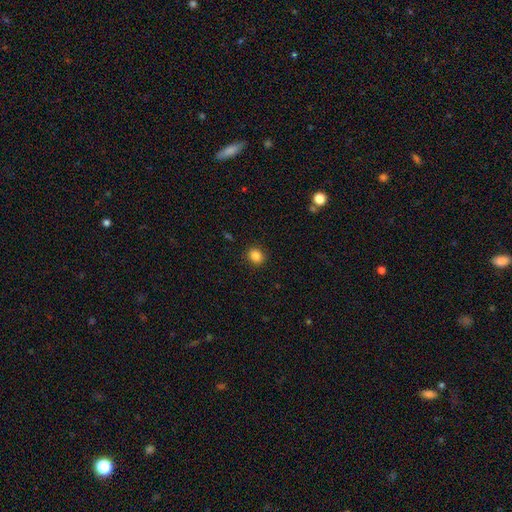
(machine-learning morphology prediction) type=smooth (85%); roundness=round (75%); merging=none (90%).